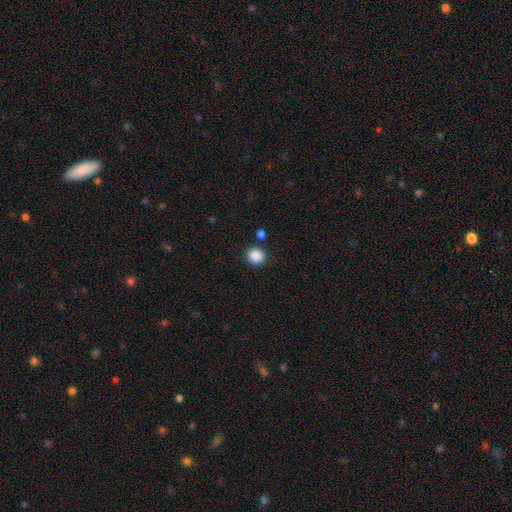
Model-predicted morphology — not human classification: smooth-or-featured: smooth: 88% | star or artifact: 9% | featured or disk: 3%
  how-rounded: round: 87% | in between: 12% | cigar-shaped: 1%
  merging: none: 87% | minor disturbance: 6% | merger: 4% | major disturbance: 2%